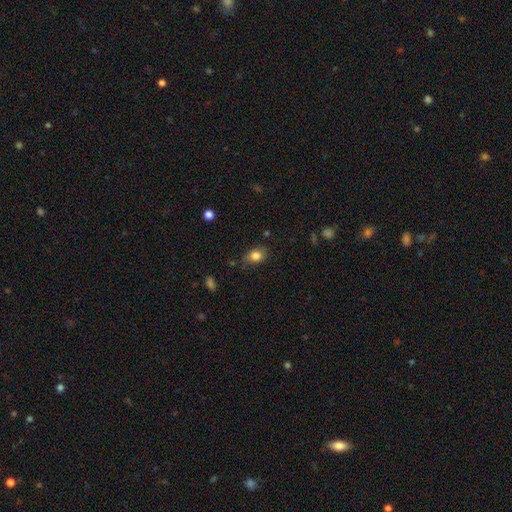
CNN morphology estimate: Smooth or featured: smooth — 83% (star or artifact — 10%)
How rounded: in between — 68% (round — 30%)
Merging: none — 70% (minor disturbance — 23%)